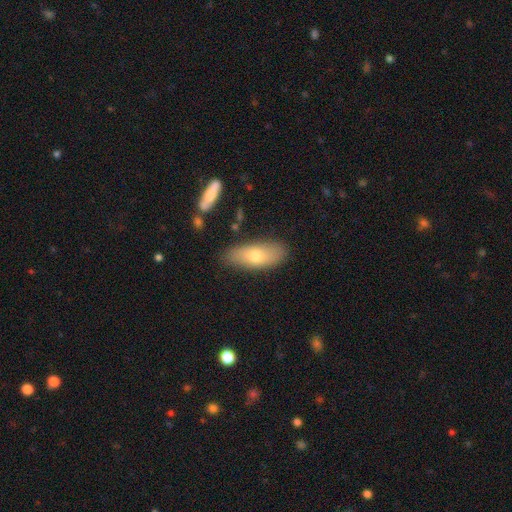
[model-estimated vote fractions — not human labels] Smooth or featured: smooth — 68% (featured or disk — 25%)
How rounded: in between — 76% (cigar-shaped — 21%)
Merging: none — 81% (minor disturbance — 14%)